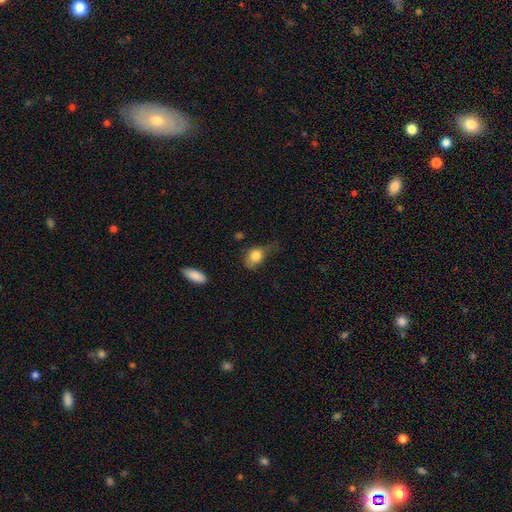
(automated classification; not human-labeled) smooth_or_featured: smooth (p=0.80) [alt: featured or disk p=0.12]
how_rounded: in between (p=0.60) [alt: round p=0.38]
merging: minor disturbance (p=0.38) [alt: none p=0.32]